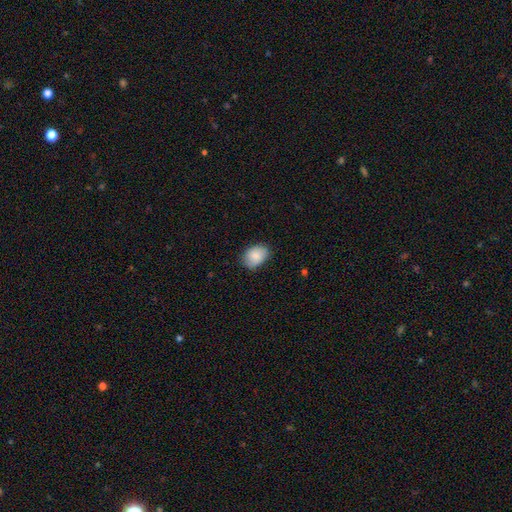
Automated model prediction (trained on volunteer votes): smooth-or-featured: smooth: 85% | featured or disk: 8% | star or artifact: 7%
  how-rounded: in between: 76% | round: 23% | cigar-shaped: 1%
  merging: none: 77% | minor disturbance: 19% | major disturbance: 3% | merger: 1%